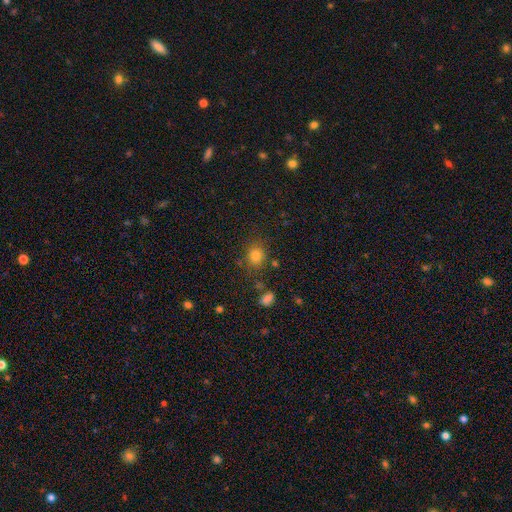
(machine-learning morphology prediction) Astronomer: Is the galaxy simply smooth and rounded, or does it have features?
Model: smooth — 80%.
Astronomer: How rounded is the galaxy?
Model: round — 68%.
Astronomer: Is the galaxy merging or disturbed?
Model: none — 78%.